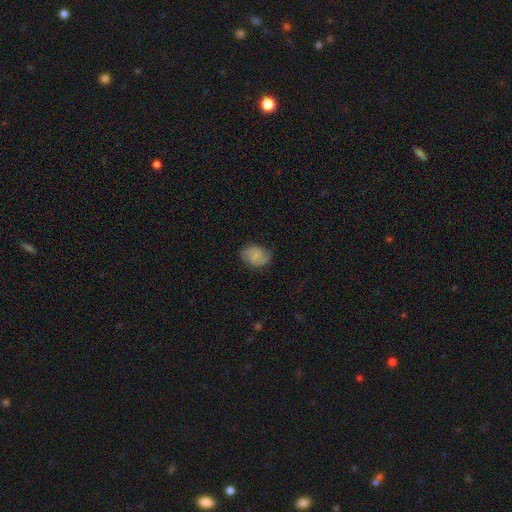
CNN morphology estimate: smooth 58%, featured or disk 34%, star or artifact 8%. Down the decision tree: how rounded — in between (64%); merging — none (70%).